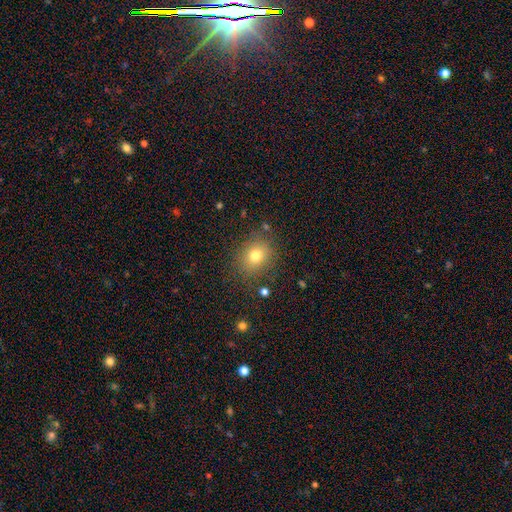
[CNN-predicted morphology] Q: Smooth or featured?
A: smooth (76%); runner-up: star or artifact (14%)
Q: How rounded?
A: round (64%); runner-up: in between (35%)
Q: Merging?
A: none (82%); runner-up: minor disturbance (11%)